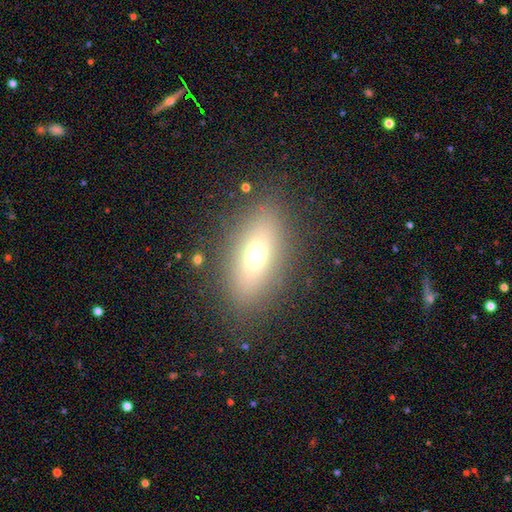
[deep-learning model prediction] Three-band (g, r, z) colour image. It shows a smooth galaxy with no disk features (62%) that is in between round and cigar-shaped (74%). Merging: none (83%).